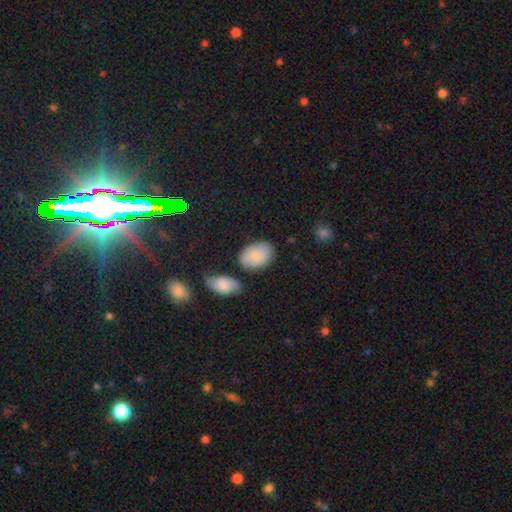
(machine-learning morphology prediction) Smooth or featured? Predicted: smooth (p=0.86). How rounded? Predicted: in between (p=0.85). Merging? Predicted: none (p=0.70).